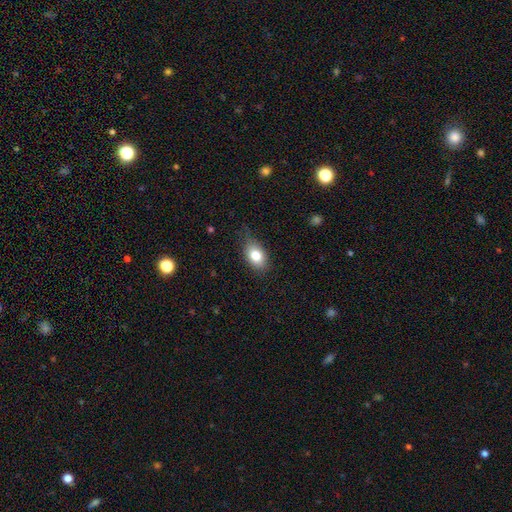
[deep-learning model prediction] smooth 79%, featured or disk 12%, star or artifact 9%. Down the decision tree: how rounded — in between (83%); merging — none (74%).